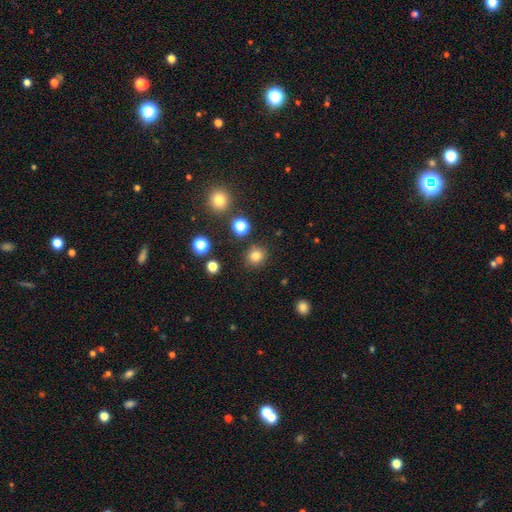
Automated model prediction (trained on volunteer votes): Smooth or featured? smooth (80%)
How rounded? round (87%)
Merging? none (88%)